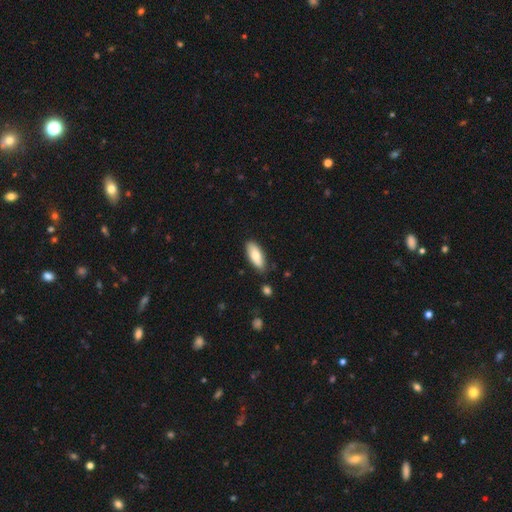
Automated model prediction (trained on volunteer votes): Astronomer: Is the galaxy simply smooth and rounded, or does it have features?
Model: smooth — 74%.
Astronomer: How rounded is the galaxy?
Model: in between — 77%.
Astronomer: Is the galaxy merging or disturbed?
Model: none — 82%.